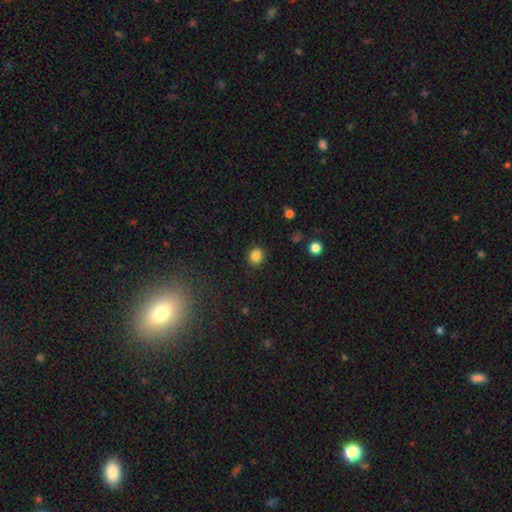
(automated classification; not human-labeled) smooth 84%, star or artifact 11%, featured or disk 5%. Down the decision tree: how rounded — round (84%); merging — none (90%).